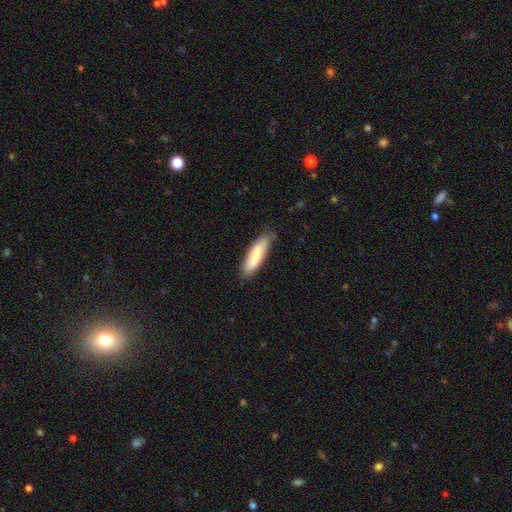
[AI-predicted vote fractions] smooth-or-featured: smooth: 76% | featured or disk: 18% | star or artifact: 5%
  how-rounded: cigar-shaped: 58% | in between: 40% | round: 1%
  merging: none: 78% | minor disturbance: 18% | major disturbance: 3% | merger: 1%